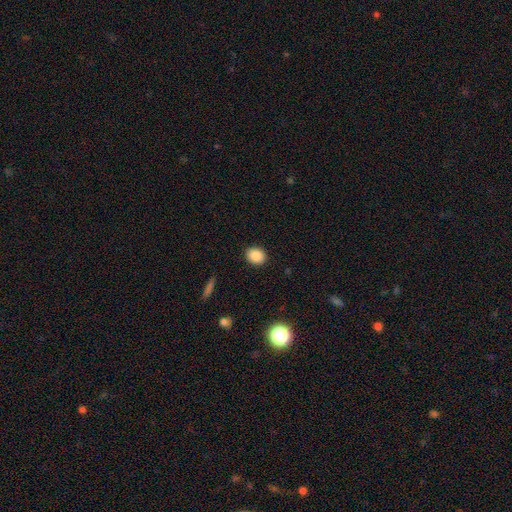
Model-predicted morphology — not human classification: A smooth galaxy with no disk features (88%) that is round (56%). Merging: none (91%).